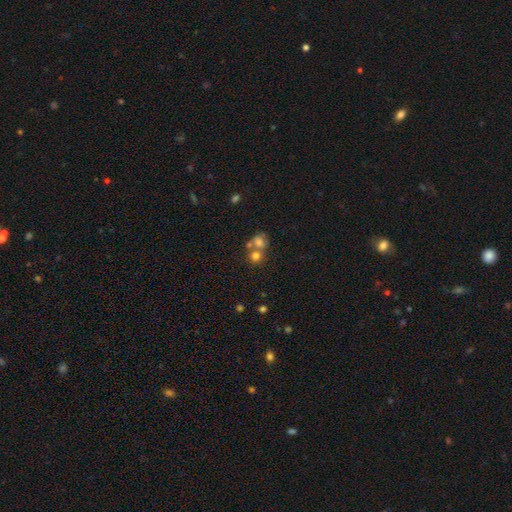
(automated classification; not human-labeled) Morphology: type=smooth (70%); roundness=round (79%); merging=merger (48%).